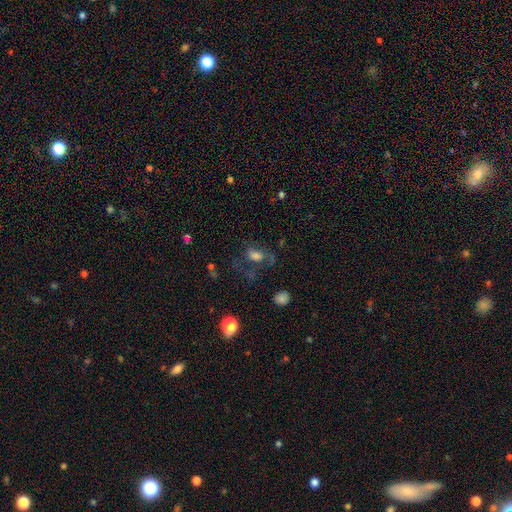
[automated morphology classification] Q: Smooth or featured?
A: smooth (52%); runner-up: featured or disk (31%)
Q: How rounded?
A: in between (76%); runner-up: round (21%)
Q: Merging?
A: none (46%); runner-up: major disturbance (31%)